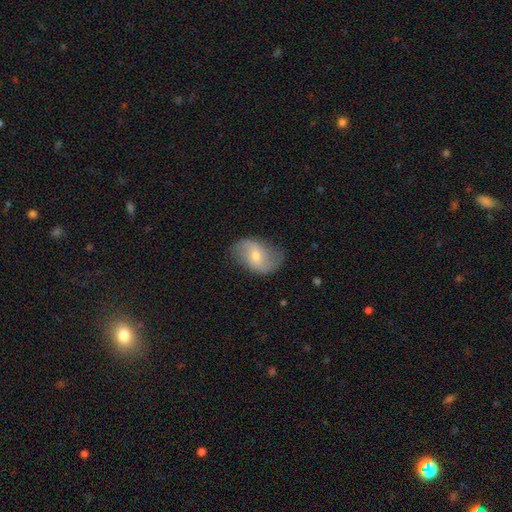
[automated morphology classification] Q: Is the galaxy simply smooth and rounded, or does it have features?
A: featured or disk — 64%.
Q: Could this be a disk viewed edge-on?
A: no — 96%.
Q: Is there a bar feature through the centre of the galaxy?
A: weak — 45%.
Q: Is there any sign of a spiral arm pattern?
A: yes — 85%.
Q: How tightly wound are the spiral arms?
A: loose — 66%.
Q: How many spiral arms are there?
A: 2 — 88%.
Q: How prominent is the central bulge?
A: small — 50%.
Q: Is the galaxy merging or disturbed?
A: none — 74%.